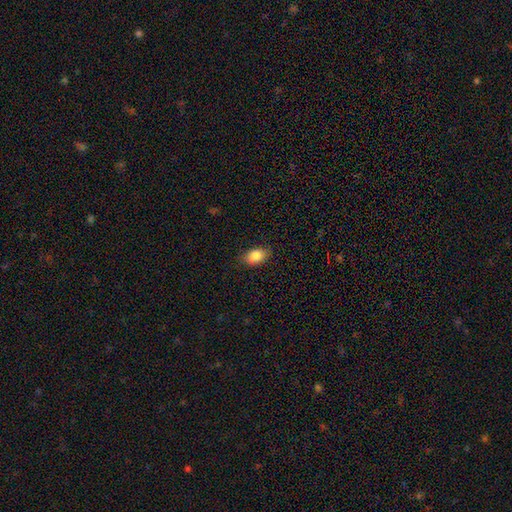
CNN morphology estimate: smooth_or_featured: smooth (p=0.86) [alt: star or artifact p=0.07]
how_rounded: in between (p=0.89) [alt: round p=0.09]
merging: none (p=0.83) [alt: minor disturbance p=0.13]